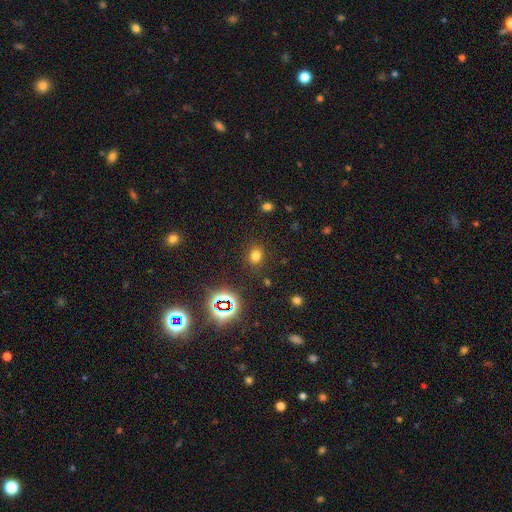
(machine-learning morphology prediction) A smooth galaxy with no disk features (71%) that is round (55%).

Vote fractions:
- Smooth or featured? smooth: 71% / star or artifact: 23% / featured or disk: 6%
- How rounded? round: 55% / in between: 44% / cigar-shaped: 1%
- Merging? none: 85% / minor disturbance: 9% / major disturbance: 4% / merger: 2%